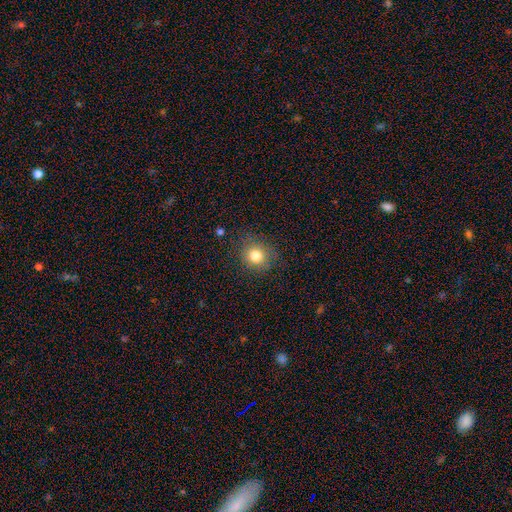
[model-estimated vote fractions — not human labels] A smooth galaxy with no disk features (81%) that is round (83%).

Vote fractions:
- Smooth or featured? smooth: 81% / star or artifact: 12% / featured or disk: 7%
- How rounded? round: 83% / in between: 16% / cigar-shaped: 1%
- Merging? none: 83% / minor disturbance: 12% / major disturbance: 4% / merger: 1%